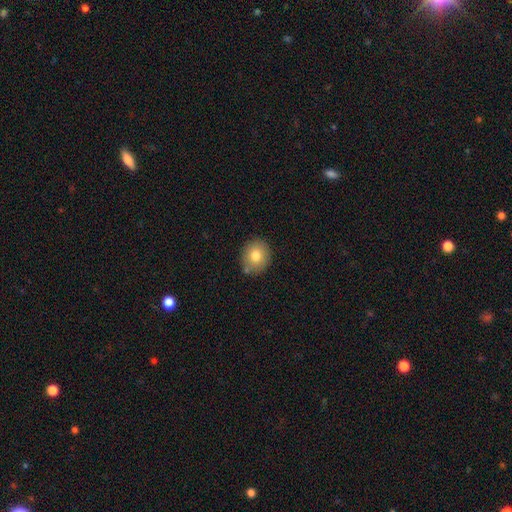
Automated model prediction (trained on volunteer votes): A smooth galaxy with no disk features (77%) that is round (76%).

Vote fractions:
- Smooth or featured? smooth: 77% / featured or disk: 14% / star or artifact: 10%
- How rounded? round: 76% / in between: 23% / cigar-shaped: 1%
- Merging? none: 81% / minor disturbance: 12% / merger: 4% / major disturbance: 3%